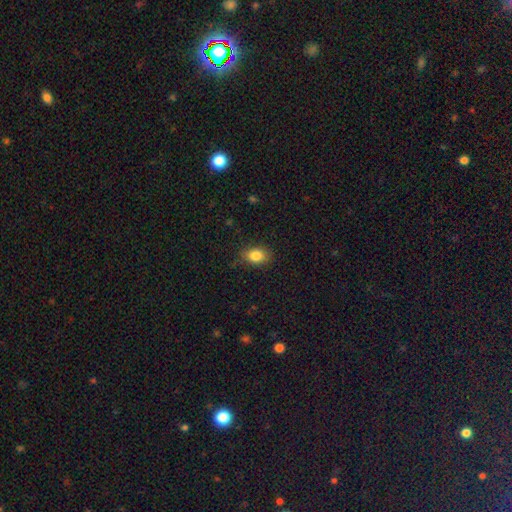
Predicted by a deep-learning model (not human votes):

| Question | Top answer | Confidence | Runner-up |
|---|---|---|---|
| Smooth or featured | smooth | 85% | star or artifact (9%) |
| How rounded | in between | 76% | round (22%) |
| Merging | none | 81% | minor disturbance (14%) |